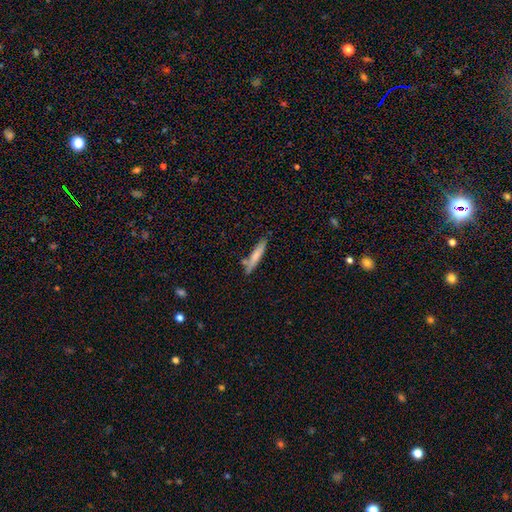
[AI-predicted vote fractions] A smooth galaxy with no disk features (70%) that is cigar-shaped (91%). Merging: none (74%).